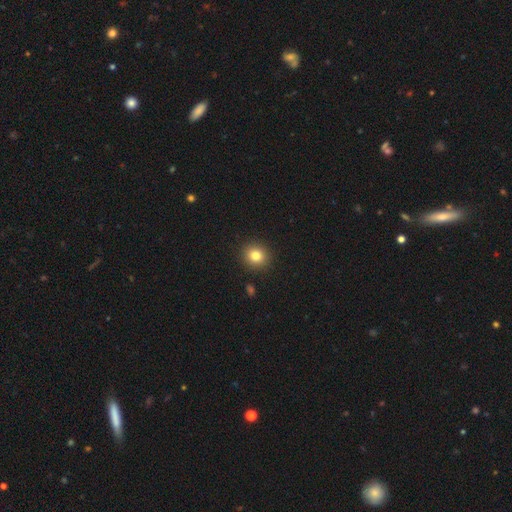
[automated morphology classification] Smooth or featured: smooth — 81% (star or artifact — 11%)
How rounded: round — 86% (in between — 13%)
Merging: none — 91% (minor disturbance — 5%)